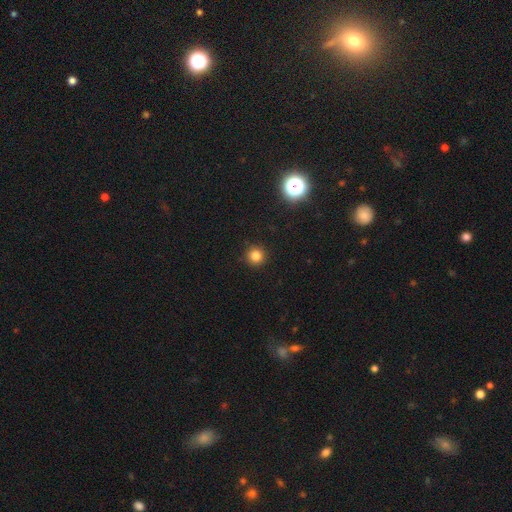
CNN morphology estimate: Smooth or featured: smooth — 82% (star or artifact — 14%)
How rounded: round — 96% (in between — 3%)
Merging: none — 93% (minor disturbance — 4%)